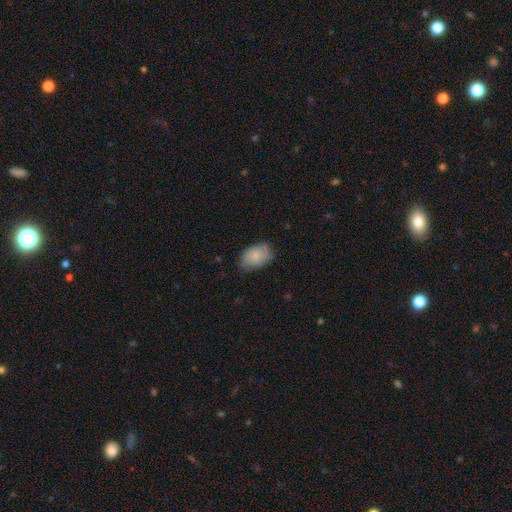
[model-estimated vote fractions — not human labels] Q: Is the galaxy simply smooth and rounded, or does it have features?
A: smooth — 77%.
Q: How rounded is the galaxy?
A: in between — 88%.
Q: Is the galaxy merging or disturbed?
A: none — 72%.